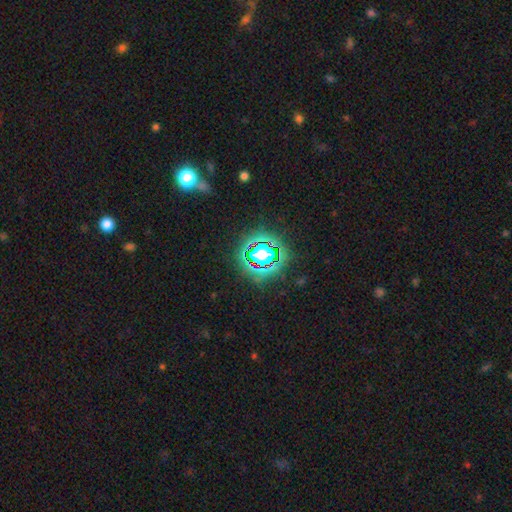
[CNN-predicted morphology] Q: Smooth or featured?
A: star or artifact (66%); runner-up: smooth (22%)